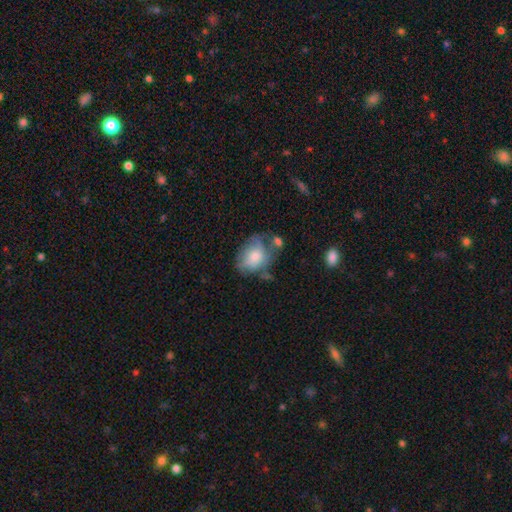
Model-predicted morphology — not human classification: smooth-or-featured: smooth: 68% | featured or disk: 25% | star or artifact: 7%
  how-rounded: in between: 70% | round: 29% | cigar-shaped: 1%
  merging: none: 40% | minor disturbance: 30% | major disturbance: 16% | merger: 13%